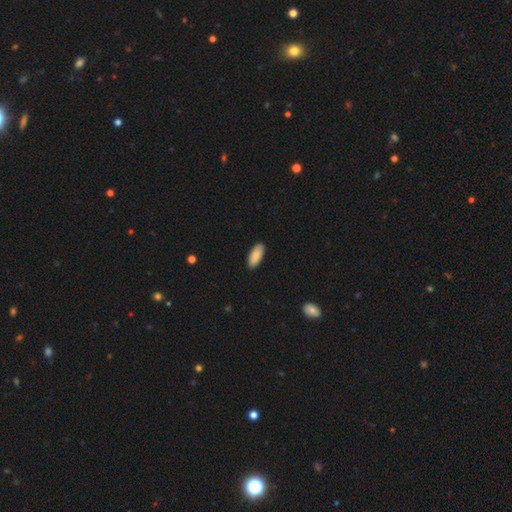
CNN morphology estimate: This is clearly a smooth galaxy (89%). How rounded: clearly in between (86%). Merging: clearly none (89%).